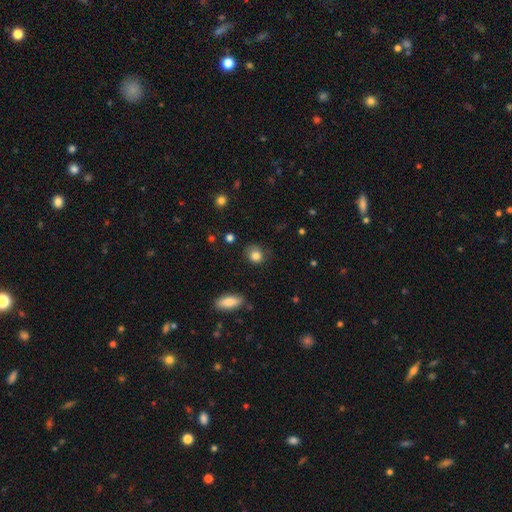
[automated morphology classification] Smooth or featured? smooth (83%)
How rounded? round (69%)
Merging? none (71%)